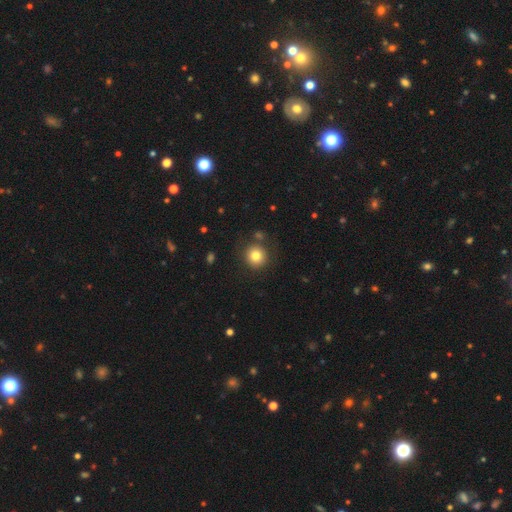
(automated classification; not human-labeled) Morphology: type=smooth (81%); roundness=round (93%); merging=none (84%).